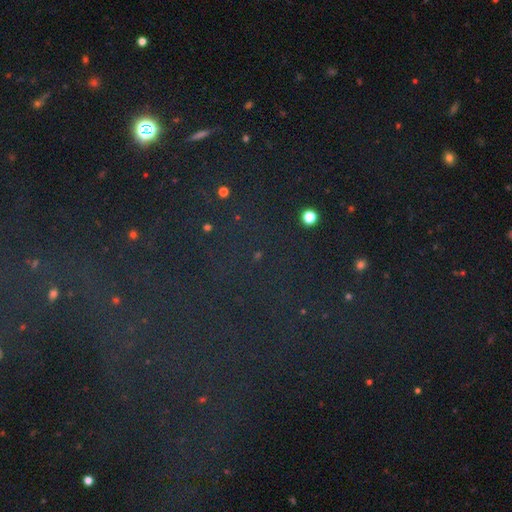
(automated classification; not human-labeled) star or artifact 80%, smooth 11%, featured or disk 9%.